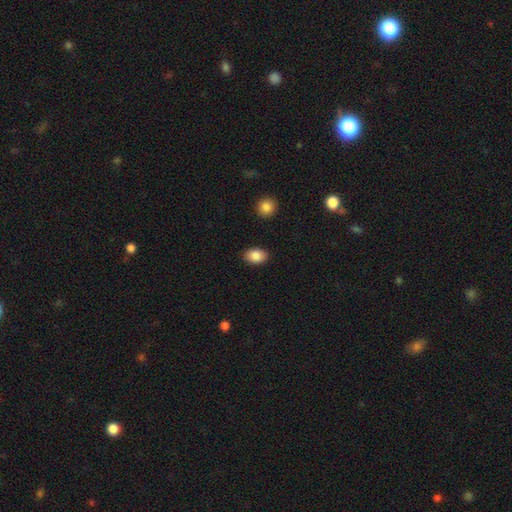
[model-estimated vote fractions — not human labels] smooth-or-featured: smooth: 87% | star or artifact: 7% | featured or disk: 5%
  how-rounded: in between: 84% | round: 15% | cigar-shaped: 1%
  merging: none: 88% | minor disturbance: 8% | major disturbance: 2% | merger: 2%